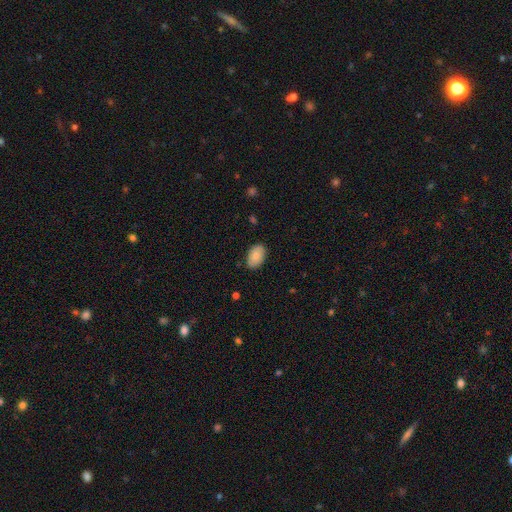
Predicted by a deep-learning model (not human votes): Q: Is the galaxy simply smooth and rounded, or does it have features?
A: smooth — 83%.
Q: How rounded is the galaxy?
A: in between — 91%.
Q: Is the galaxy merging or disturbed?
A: none — 82%.